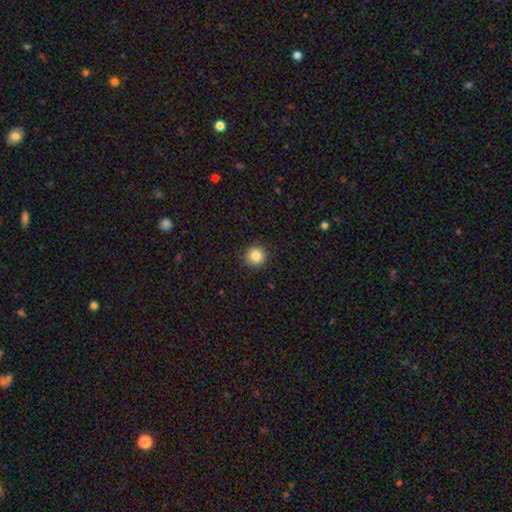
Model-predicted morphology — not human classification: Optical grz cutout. It shows a smooth galaxy with no disk features (85%) that is round (93%). Merging: none (92%).